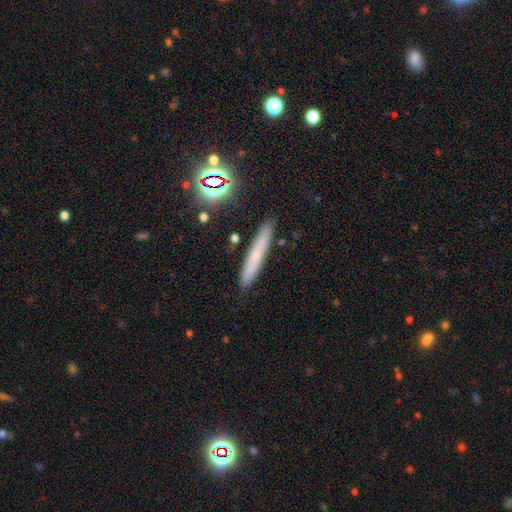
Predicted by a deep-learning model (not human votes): The model was most divided on "smooth or featured": smooth: 58%, featured or disk: 28%, star or artifact: 14%. More confident: how rounded — cigar-shaped (94%); merging — none (88%).